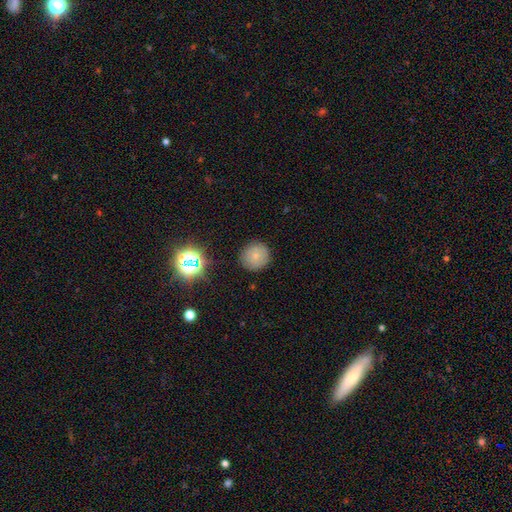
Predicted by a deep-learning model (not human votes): Smooth or featured?
  - smooth: 71% *
  - star or artifact: 16%
  - featured or disk: 13%
How rounded?
  - round: 92% *
  - in between: 7%
  - cigar-shaped: 1%
Merging?
  - none: 87% *
  - minor disturbance: 9%
  - major disturbance: 3%
  - merger: 1%